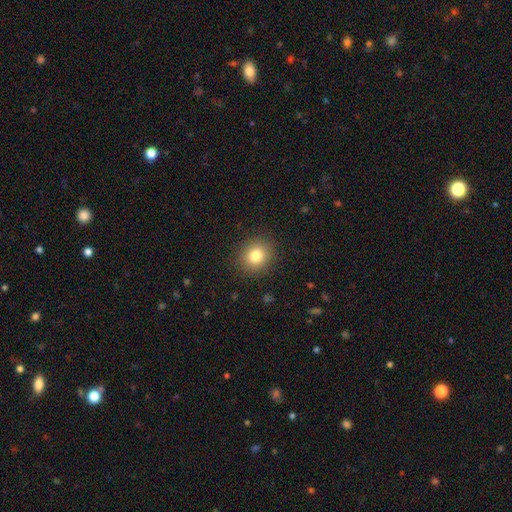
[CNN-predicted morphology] Smooth or featured?
  - smooth: 81% *
  - star or artifact: 12%
  - featured or disk: 8%
How rounded?
  - round: 79% *
  - in between: 20%
  - cigar-shaped: 1%
Merging?
  - none: 89% *
  - minor disturbance: 7%
  - major disturbance: 3%
  - merger: 1%